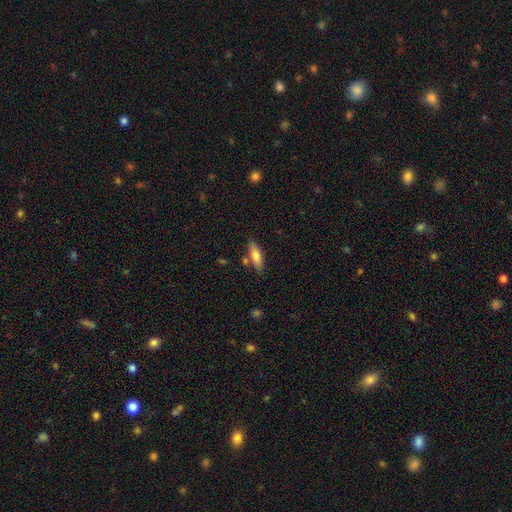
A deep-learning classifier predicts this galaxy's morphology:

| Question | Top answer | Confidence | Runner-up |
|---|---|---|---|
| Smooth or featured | smooth | 72% | featured or disk (22%) |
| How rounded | in between | 55% | cigar-shaped (43%) |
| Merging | none | 77% | minor disturbance (13%) |